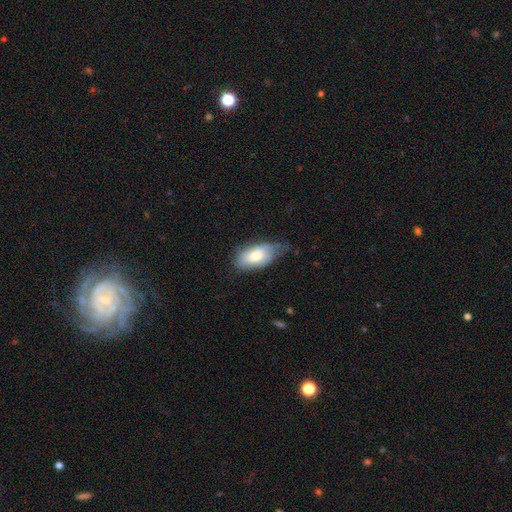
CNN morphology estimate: Smooth or featured: smooth — 71% (featured or disk — 23%)
How rounded: in between — 93% (cigar-shaped — 4%)
Merging: none — 45% (minor disturbance — 41%)